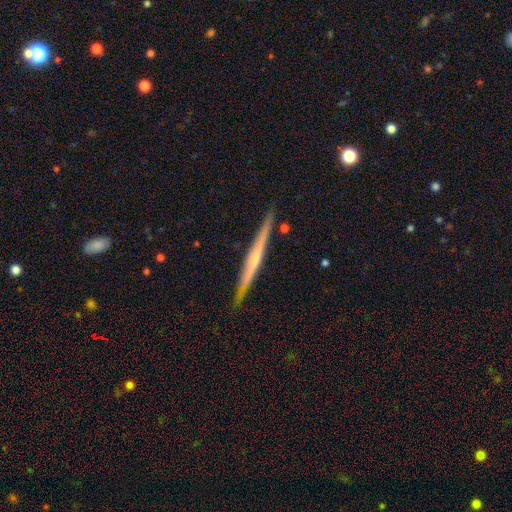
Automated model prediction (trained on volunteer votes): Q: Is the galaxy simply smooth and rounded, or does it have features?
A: featured or disk — 68%.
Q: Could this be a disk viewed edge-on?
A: yes — 98%.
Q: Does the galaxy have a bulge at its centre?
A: none — 59%.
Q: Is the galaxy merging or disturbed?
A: none — 90%.